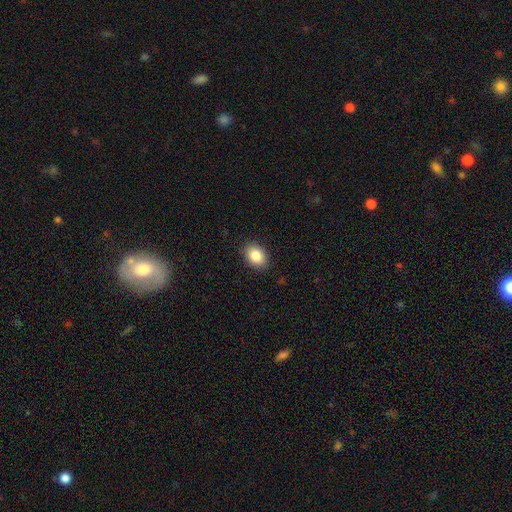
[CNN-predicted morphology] smooth 86%, star or artifact 8%, featured or disk 6%. Down the decision tree: how rounded — in between (77%); merging — none (89%).